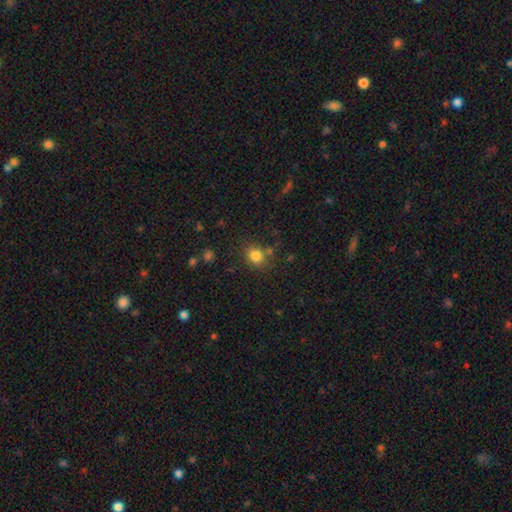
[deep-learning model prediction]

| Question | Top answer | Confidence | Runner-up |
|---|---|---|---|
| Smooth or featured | smooth | 81% | star or artifact (13%) |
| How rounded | round | 69% | in between (30%) |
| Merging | none | 74% | minor disturbance (13%) |